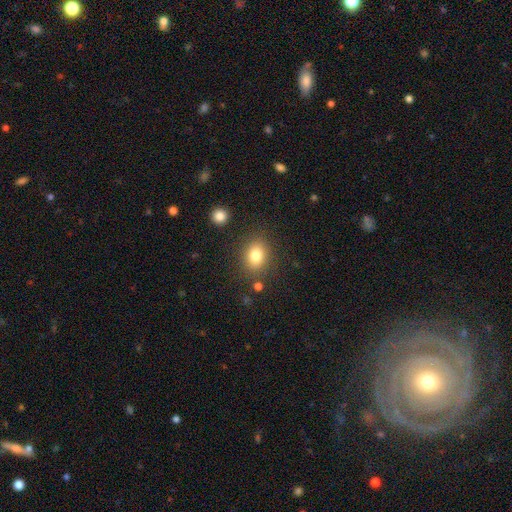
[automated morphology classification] Overall: smooth (81%). How rounded: in between (57%; round 42%). Merging: none (82%).